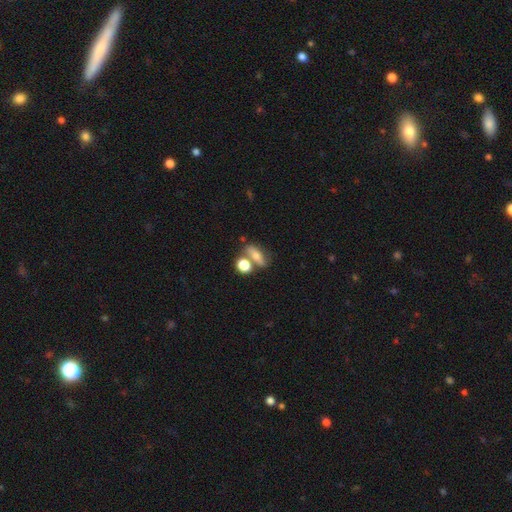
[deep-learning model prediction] smooth_or_featured: smooth (p=0.61) [alt: featured or disk p=0.27]
how_rounded: in between (p=0.60) [alt: round p=0.21]
merging: none (p=0.51) [alt: merger p=0.27]